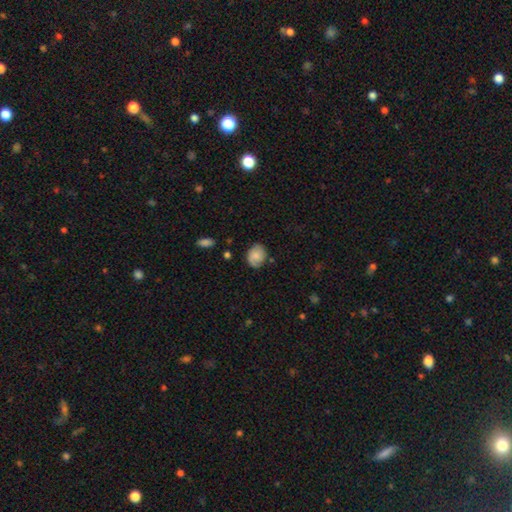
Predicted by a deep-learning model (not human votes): This appears to be a smooth galaxy with no disk features (64%) that is in between round and cigar-shaped (52%). Merging: none (74%).